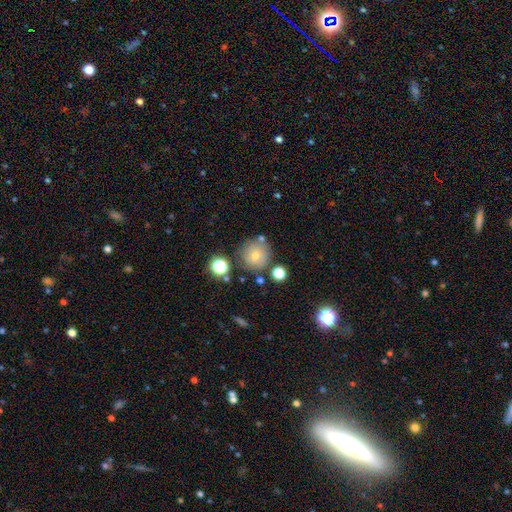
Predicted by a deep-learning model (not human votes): This is likely a smooth galaxy (68%). How rounded: clearly round (95%). Merging: likely none (76%).